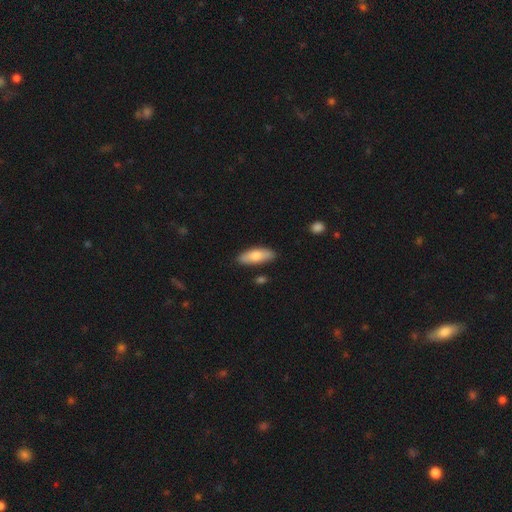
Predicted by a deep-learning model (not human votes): This appears to be a smooth galaxy with no disk features (77%) that is in between round and cigar-shaped (68%). Merging: none (84%).